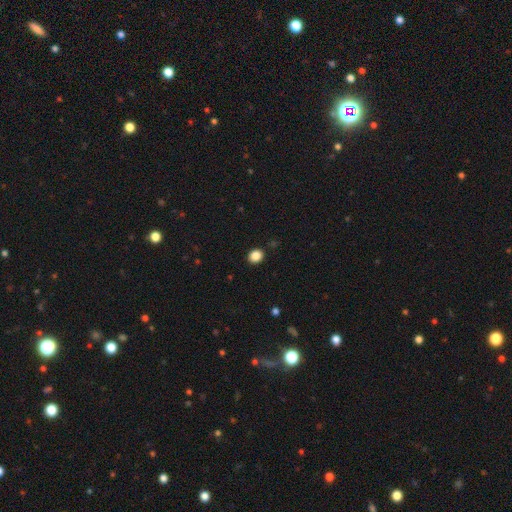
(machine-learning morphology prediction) Smooth or featured? smooth (86%)
How rounded? round (70%)
Merging? none (91%)